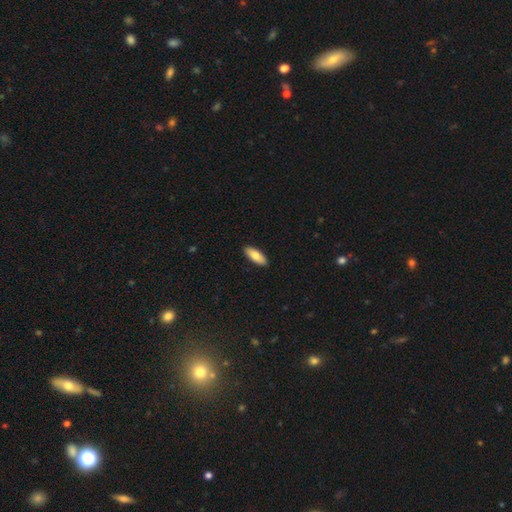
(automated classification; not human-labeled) A smooth galaxy with no disk features (79%) that is in between round and cigar-shaped (76%).

Vote fractions:
- Smooth or featured? smooth: 79% / featured or disk: 16% / star or artifact: 6%
- How rounded? in between: 76% / cigar-shaped: 22% / round: 2%
- Merging? none: 90% / minor disturbance: 7% / major disturbance: 1% / merger: 1%